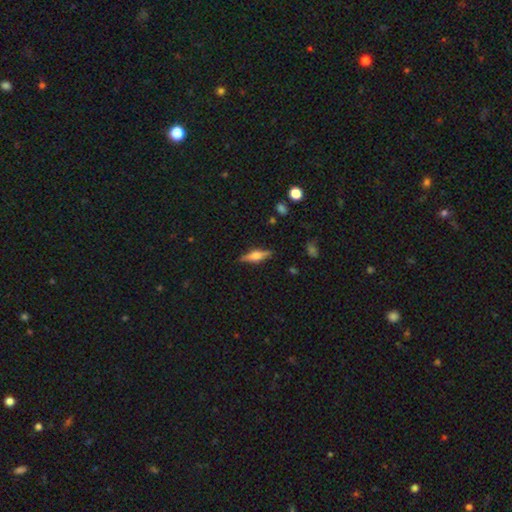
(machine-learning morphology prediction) The model was most divided on "smooth or featured": featured or disk: 59%, smooth: 34%, star or artifact: 7%. More confident: edge-on disk — yes (96%); merging — none (87%); edge-on bulge — rounded (80%).